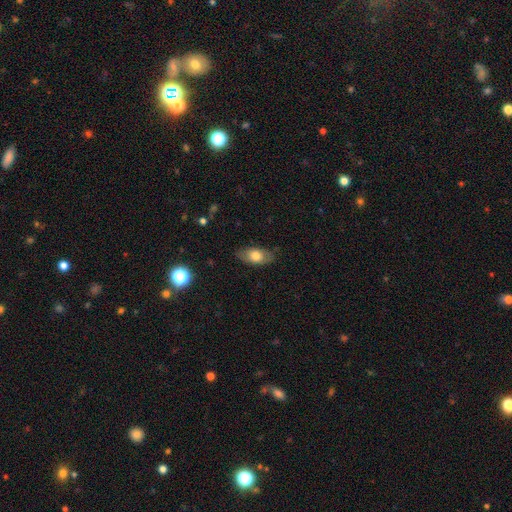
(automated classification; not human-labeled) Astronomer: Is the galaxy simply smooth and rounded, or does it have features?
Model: smooth — 69%.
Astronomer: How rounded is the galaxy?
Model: in between — 88%.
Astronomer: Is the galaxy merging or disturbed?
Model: none — 79%.